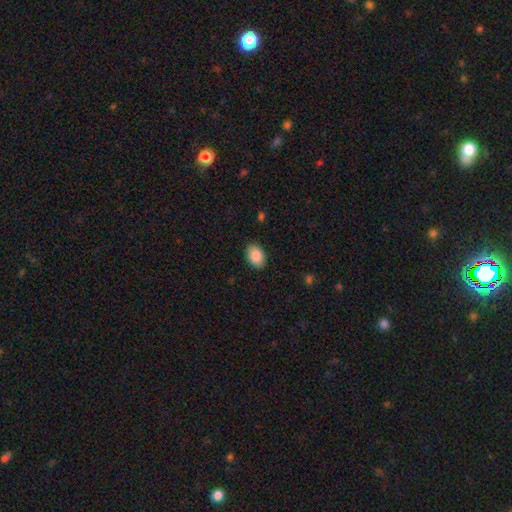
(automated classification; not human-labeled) smooth-or-featured: smooth: 87% | star or artifact: 7% | featured or disk: 7%
  how-rounded: in between: 84% | round: 15% | cigar-shaped: 1%
  merging: none: 88% | minor disturbance: 9% | major disturbance: 2% | merger: 1%